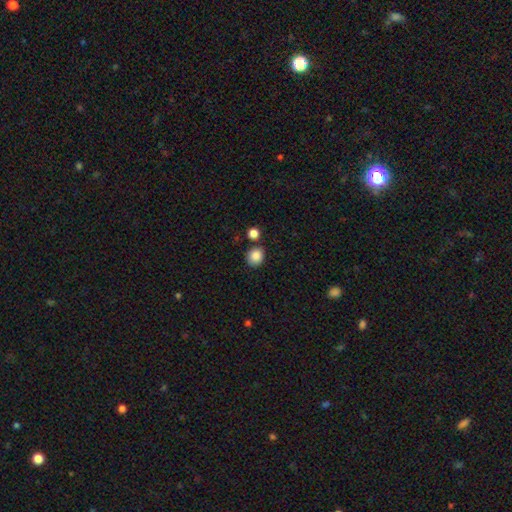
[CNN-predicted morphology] smooth 87%, star or artifact 9%, featured or disk 4%. Down the decision tree: how rounded — round (80%); merging — none (78%).